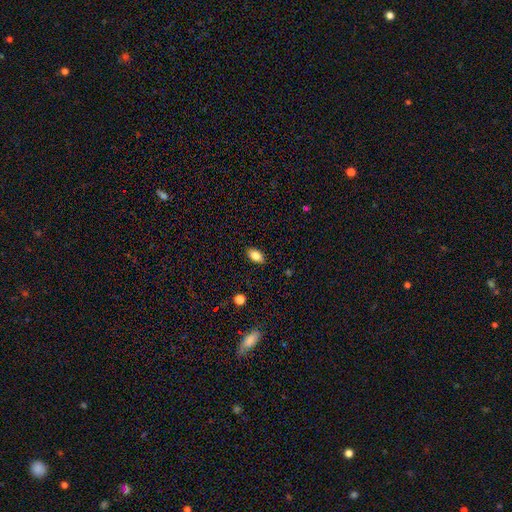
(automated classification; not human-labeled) Smooth or featured?
  - smooth: 83% *
  - star or artifact: 9%
  - featured or disk: 9%
How rounded?
  - in between: 91% *
  - round: 6%
  - cigar-shaped: 3%
Merging?
  - none: 88% *
  - minor disturbance: 9%
  - major disturbance: 2%
  - merger: 1%